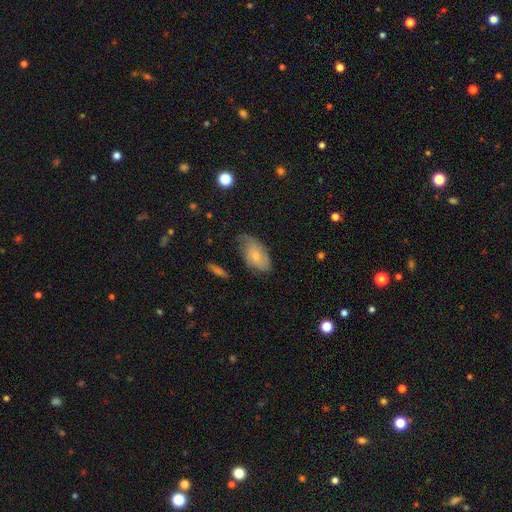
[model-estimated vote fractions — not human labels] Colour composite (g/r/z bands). It shows a smooth galaxy with no disk features (57%) that is in between round and cigar-shaped (92%). Merging: none (45%).